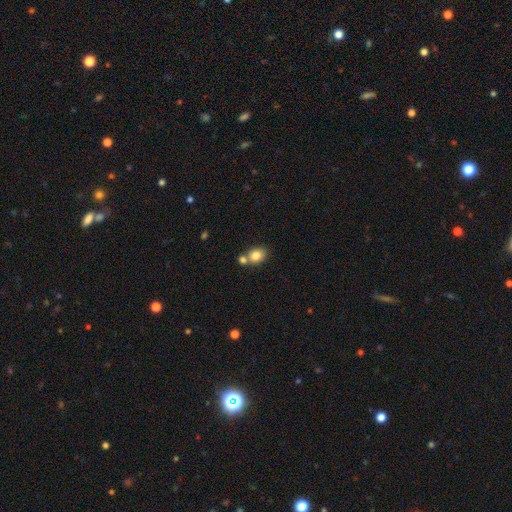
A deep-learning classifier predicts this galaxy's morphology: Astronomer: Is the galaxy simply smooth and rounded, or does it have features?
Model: smooth — 82%.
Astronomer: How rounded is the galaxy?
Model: in between — 51% (runner-up: round, 48%).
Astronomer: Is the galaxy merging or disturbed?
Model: none — 53% (runner-up: merger, 33%).